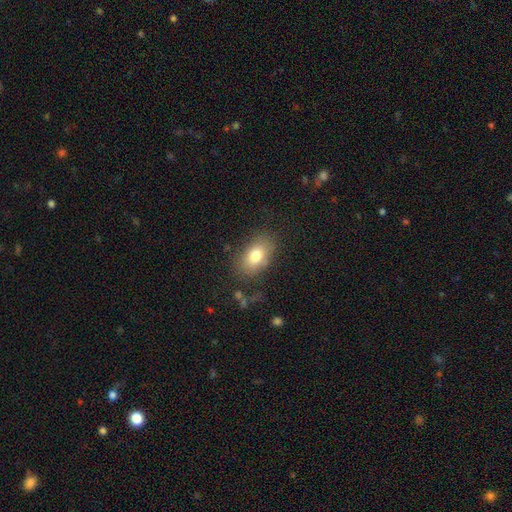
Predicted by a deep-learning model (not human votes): Smooth or featured?
  - smooth: 78% *
  - featured or disk: 14%
  - star or artifact: 9%
How rounded?
  - in between: 87% *
  - round: 11%
  - cigar-shaped: 2%
Merging?
  - none: 77% *
  - minor disturbance: 15%
  - major disturbance: 5%
  - merger: 2%